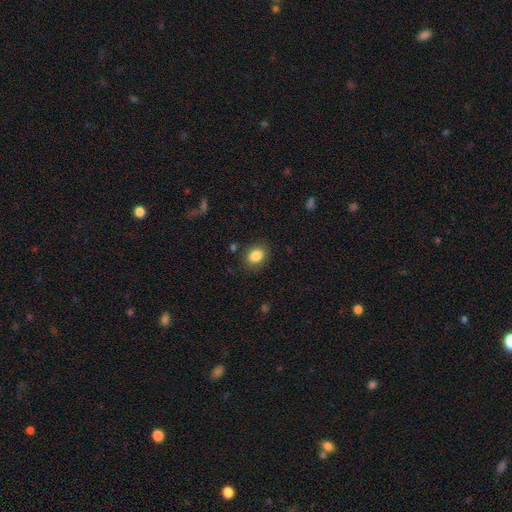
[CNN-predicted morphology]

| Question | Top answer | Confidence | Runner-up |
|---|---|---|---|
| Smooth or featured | smooth | 85% | star or artifact (9%) |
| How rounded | in between | 55% | round (44%) |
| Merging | none | 84% | minor disturbance (11%) |